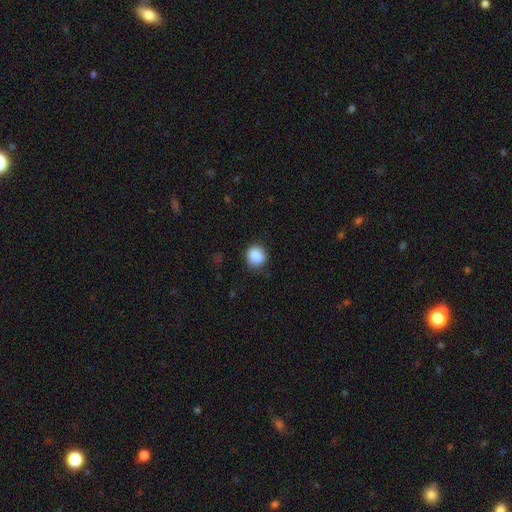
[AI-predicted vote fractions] smooth_or_featured: smooth (p=0.88) [alt: star or artifact p=0.09]
how_rounded: round (p=0.76) [alt: in between p=0.23]
merging: none (p=0.82) [alt: minor disturbance p=0.13]